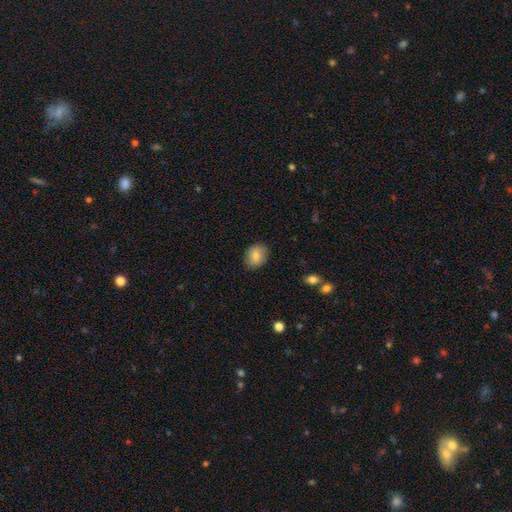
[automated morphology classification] This appears to be a smooth galaxy with no disk features (81%) that is in between round and cigar-shaped (60%). Merging: none (86%).